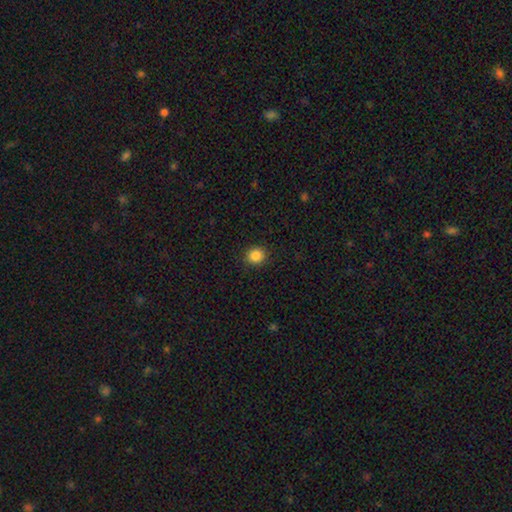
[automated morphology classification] smooth 86%, star or artifact 10%, featured or disk 4%. Down the decision tree: how rounded — round (83%); merging — none (90%).